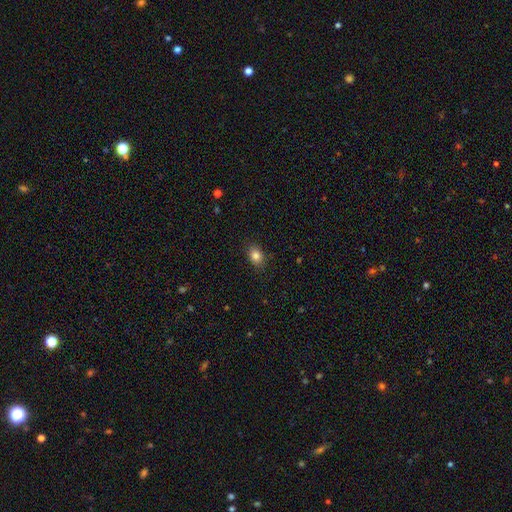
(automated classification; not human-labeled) Q: Smooth or featured?
A: smooth (83%); runner-up: star or artifact (10%)
Q: How rounded?
A: in between (72%); runner-up: round (27%)
Q: Merging?
A: none (87%); runner-up: minor disturbance (10%)